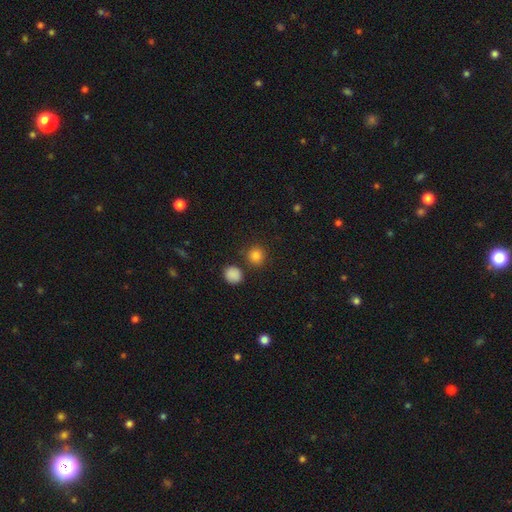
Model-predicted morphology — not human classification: The model was most divided on "smooth or featured": smooth: 84%, star or artifact: 12%, featured or disk: 4%. More confident: how rounded — round (89%); merging — none (81%).